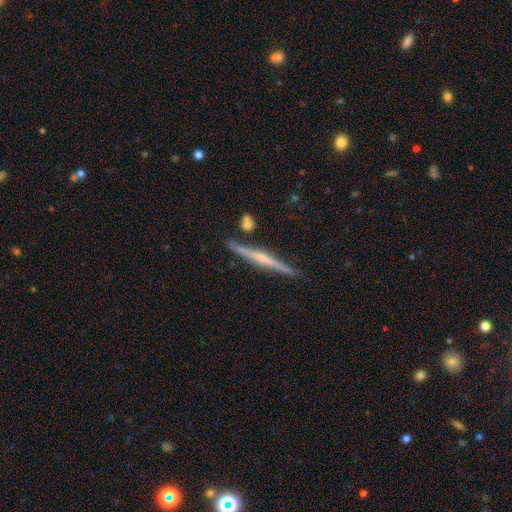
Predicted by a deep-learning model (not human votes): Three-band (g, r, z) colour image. It shows a featured or disk galaxy (74%) viewed edge-on (98%) with a rounded central bulge (62%). Merging: none (87%).